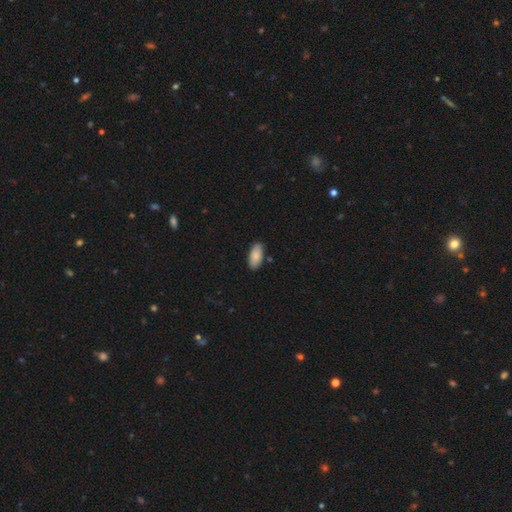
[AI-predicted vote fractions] This appears to be a smooth galaxy with no disk features (87%) that is in between round and cigar-shaped (91%). Merging: none (83%).